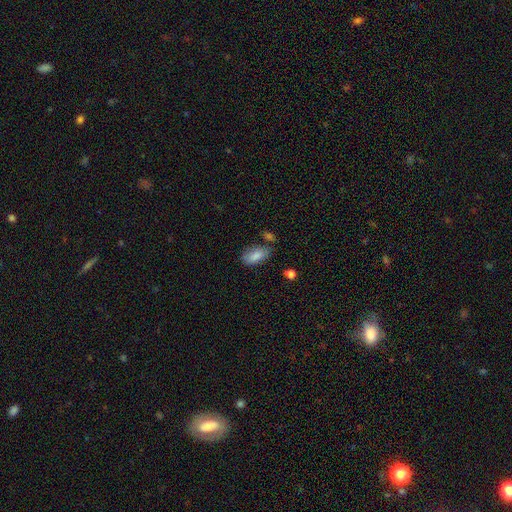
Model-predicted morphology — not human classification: A smooth galaxy with no disk features (85%) that is in between round and cigar-shaped (91%). Merging: none (65%).